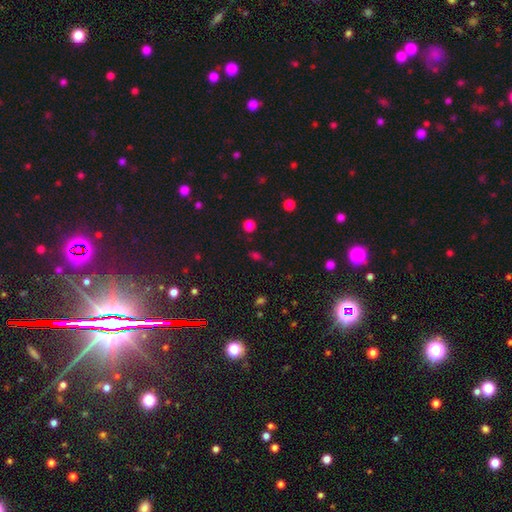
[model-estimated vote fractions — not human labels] Smooth or featured?
  - smooth: 59% *
  - star or artifact: 34%
  - featured or disk: 8%
How rounded?
  - in between: 60% *
  - round: 33%
  - cigar-shaped: 7%
Merging?
  - none: 78% *
  - minor disturbance: 13%
  - major disturbance: 5%
  - merger: 4%